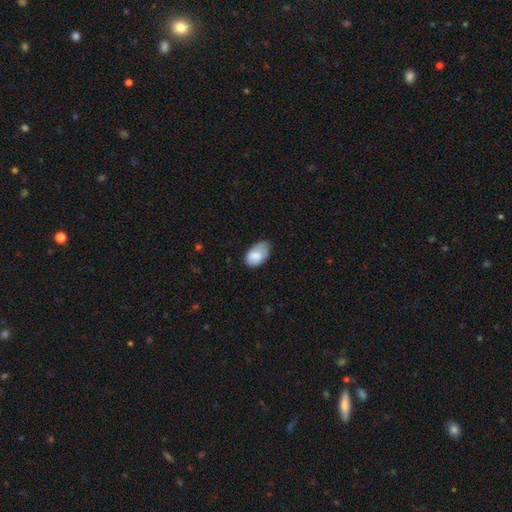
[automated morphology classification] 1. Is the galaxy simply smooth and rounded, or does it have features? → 81% smooth, 12% featured or disk, 7% star or artifact.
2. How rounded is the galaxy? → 91% in between, 8% round, 1% cigar-shaped.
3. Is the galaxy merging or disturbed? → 45% none, 43% minor disturbance, 11% major disturbance, 2% merger.